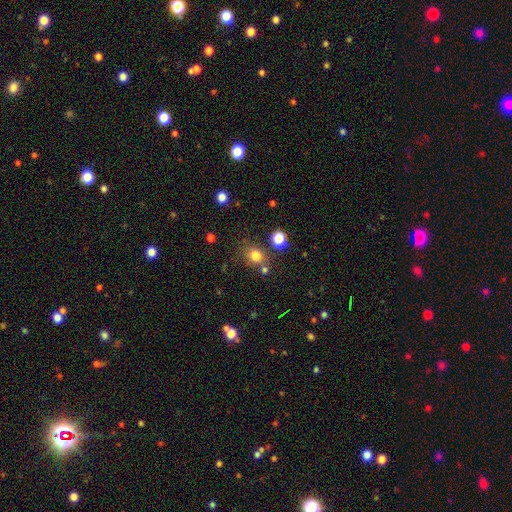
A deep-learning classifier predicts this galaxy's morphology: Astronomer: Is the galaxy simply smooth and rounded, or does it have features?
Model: smooth — 79%.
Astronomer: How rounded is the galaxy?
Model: round — 66%.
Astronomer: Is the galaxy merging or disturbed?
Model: none — 71%.